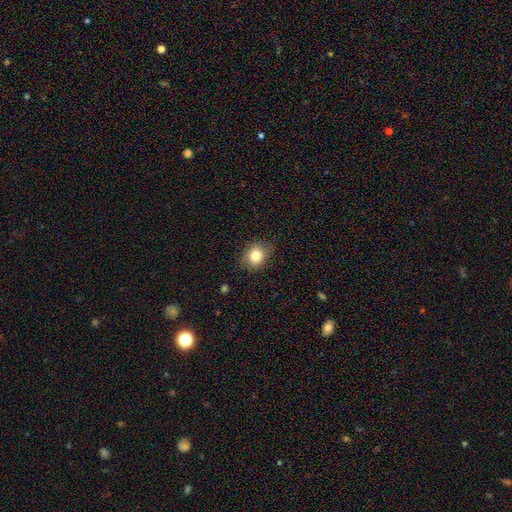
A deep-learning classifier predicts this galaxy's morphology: Q: Smooth or featured?
A: smooth (80%); runner-up: star or artifact (10%)
Q: How rounded?
A: round (62%); runner-up: in between (37%)
Q: Merging?
A: none (82%); runner-up: minor disturbance (14%)